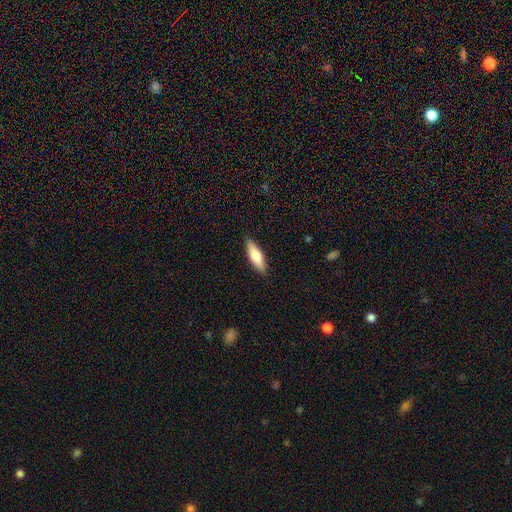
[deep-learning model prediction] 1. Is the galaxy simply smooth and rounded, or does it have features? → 72% smooth, 23% featured or disk, 5% star or artifact.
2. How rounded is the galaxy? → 54% cigar-shaped, 45% in between, 2% round.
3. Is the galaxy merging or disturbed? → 89% none, 8% minor disturbance, 2% major disturbance, 1% merger.